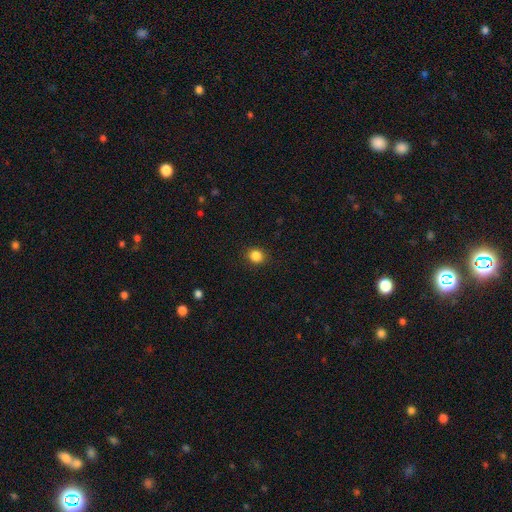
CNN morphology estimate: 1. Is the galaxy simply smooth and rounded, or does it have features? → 85% smooth, 11% star or artifact, 4% featured or disk.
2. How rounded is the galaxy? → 79% round, 20% in between, 1% cigar-shaped.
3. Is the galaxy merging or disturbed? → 90% none, 7% minor disturbance, 2% major disturbance, 1% merger.